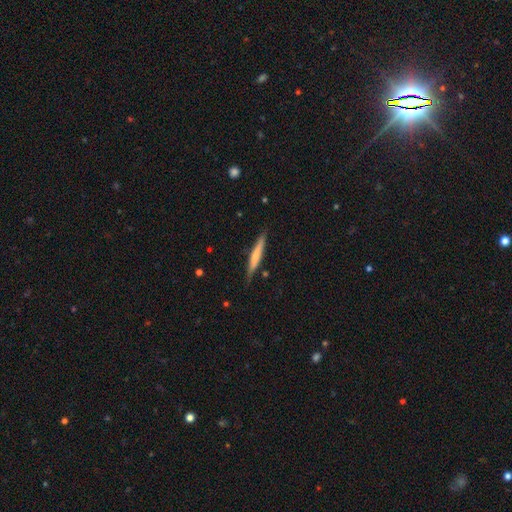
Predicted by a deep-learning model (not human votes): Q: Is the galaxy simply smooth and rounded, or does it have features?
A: smooth — 57%.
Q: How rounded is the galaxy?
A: cigar-shaped — 94%.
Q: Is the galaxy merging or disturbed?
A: none — 82%.